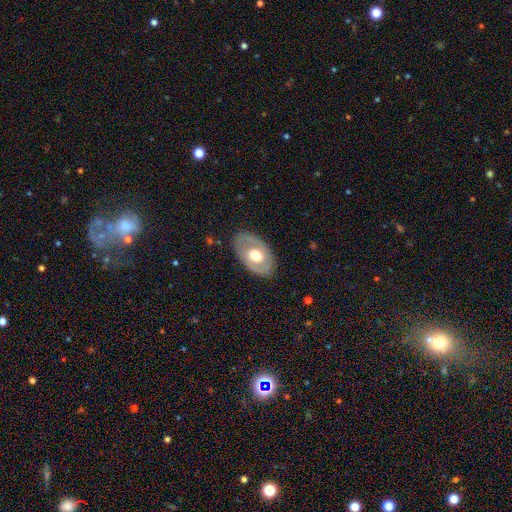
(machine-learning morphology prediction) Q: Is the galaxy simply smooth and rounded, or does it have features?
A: featured or disk — 47%, tied with smooth.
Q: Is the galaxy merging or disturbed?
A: none — 80%.